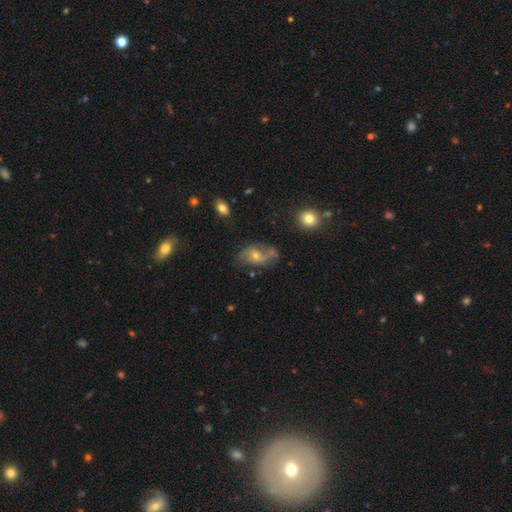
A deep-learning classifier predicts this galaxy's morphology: This is likely a featured or disk galaxy (65%). It is clearly not viewed edge-on (96%). Bar: likely no (69%). Spiral arm pattern: clearly yes (84%). Spiral arm count: likely 2 (65%). Spiral winding: marginally loose (45%). Central bulge: possibly small (54%). Merging: possibly none (48%).